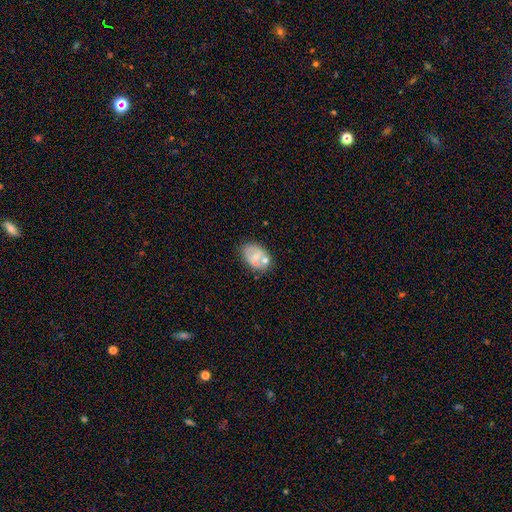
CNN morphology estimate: smooth 54%, featured or disk 38%, star or artifact 9%. Down the decision tree: how rounded — in between (83%); merging — none (57%).